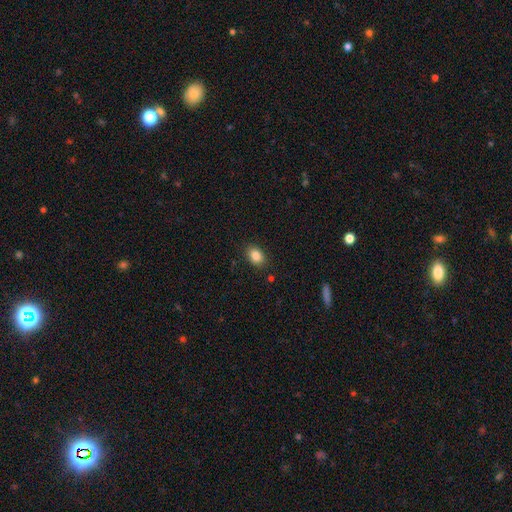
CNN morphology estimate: A smooth galaxy with no disk features (86%) that is in between round and cigar-shaped (77%).

Vote fractions:
- Smooth or featured? smooth: 86% / star or artifact: 9% / featured or disk: 5%
- How rounded? in between: 77% / round: 22% / cigar-shaped: 1%
- Merging? none: 87% / minor disturbance: 9% / major disturbance: 2% / merger: 1%